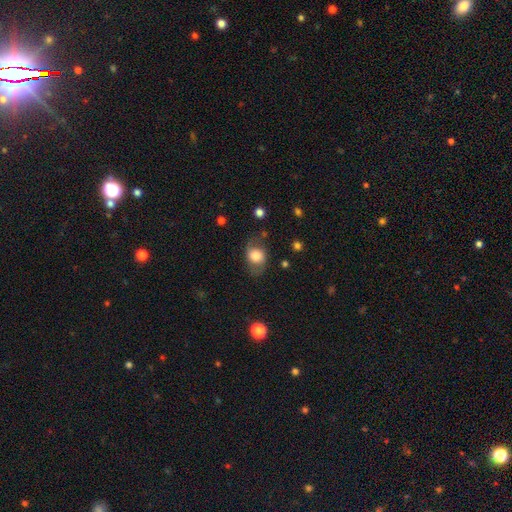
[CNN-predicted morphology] A smooth galaxy with no disk features (64%) that is round (50%). Merging: none (65%).